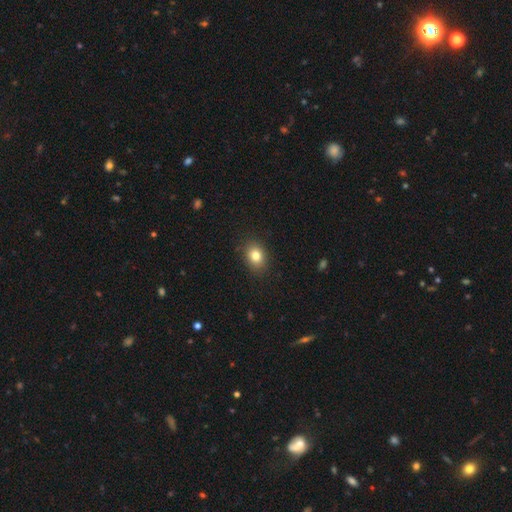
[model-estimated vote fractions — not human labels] A smooth galaxy with no disk features (81%) that is in between round and cigar-shaped (54%). Merging: none (88%).